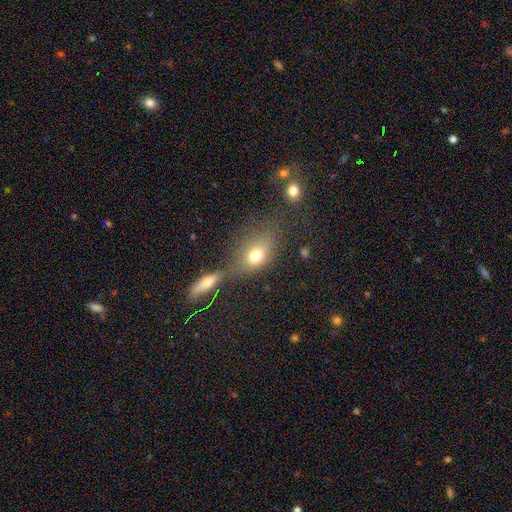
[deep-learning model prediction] Morphology: type=smooth (73%); roundness=in between (61%); merging=none (50%).